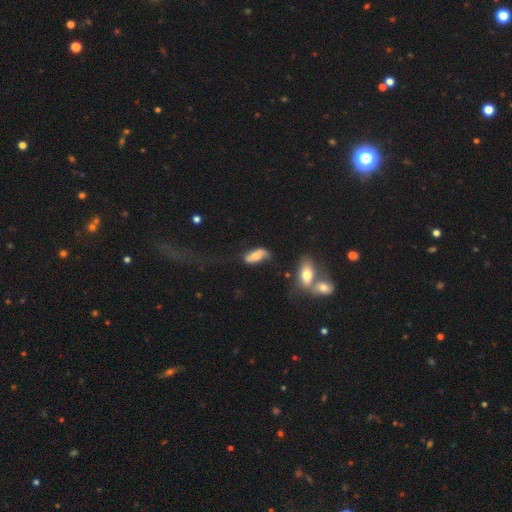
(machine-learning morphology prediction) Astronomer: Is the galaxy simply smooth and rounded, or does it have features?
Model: smooth — 64%.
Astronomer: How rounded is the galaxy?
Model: in between — 81%.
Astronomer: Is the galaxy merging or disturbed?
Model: none — 44% (runner-up: minor disturbance, 31%).